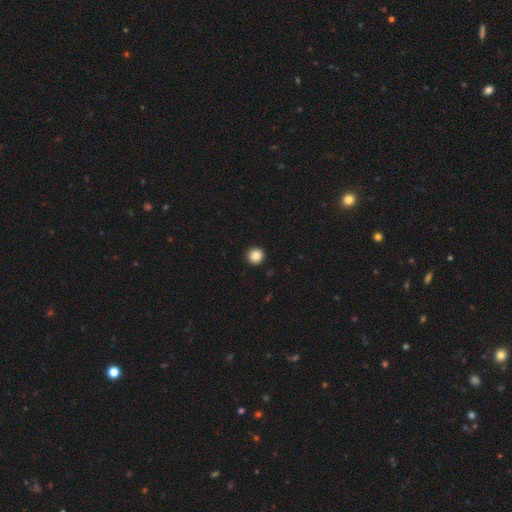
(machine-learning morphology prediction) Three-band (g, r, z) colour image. It shows a smooth galaxy with no disk features (87%) that is round (96%). Merging: none (94%).